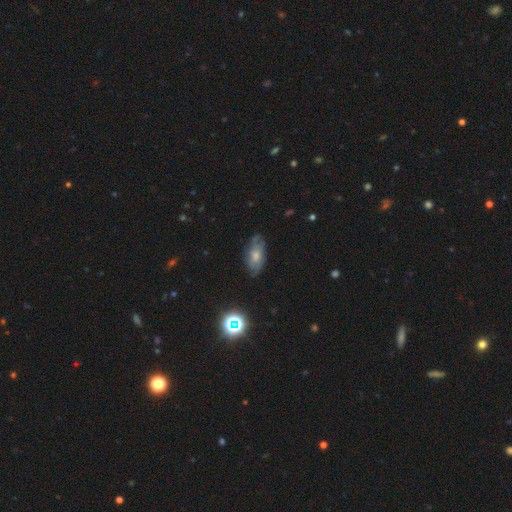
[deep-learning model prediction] This appears to be a smooth galaxy with no disk features (50%) that is in between round and cigar-shaped (89%). Merging: none (66%).